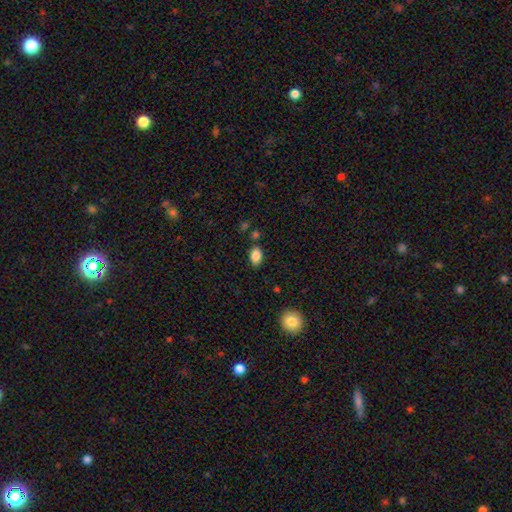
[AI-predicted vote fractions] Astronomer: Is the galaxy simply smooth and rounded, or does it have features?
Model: smooth — 86%.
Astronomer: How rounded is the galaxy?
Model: in between — 87%.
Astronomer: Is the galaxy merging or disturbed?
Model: none — 80%.